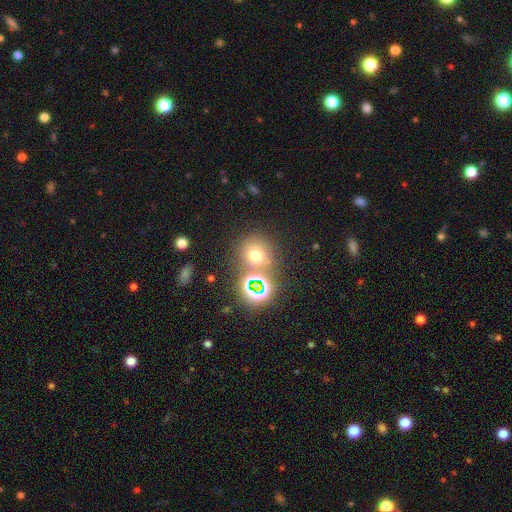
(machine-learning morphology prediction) Q: Smooth or featured?
A: smooth (61%); runner-up: star or artifact (30%)
Q: How rounded?
A: round (86%); runner-up: in between (13%)
Q: Merging?
A: none (68%); runner-up: merger (18%)